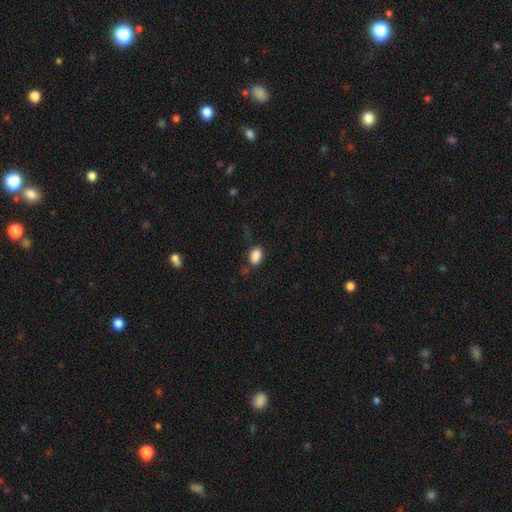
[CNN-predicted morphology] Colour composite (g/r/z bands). It shows a smooth galaxy with no disk features (86%) that is in between round and cigar-shaped (89%). Merging: none (61%).